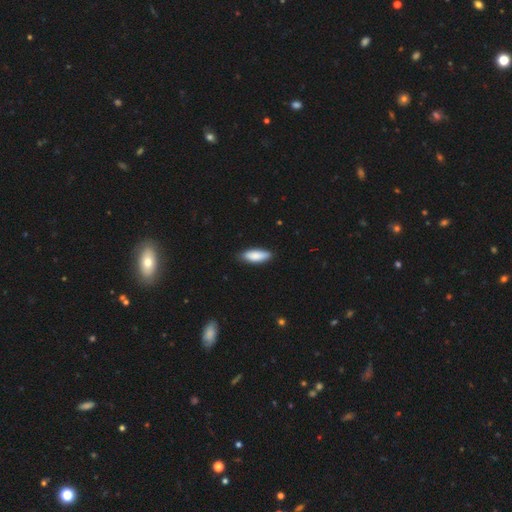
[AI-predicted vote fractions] smooth 86%, featured or disk 8%, star or artifact 6%. Down the decision tree: how rounded — in between (70%); merging — none (84%).